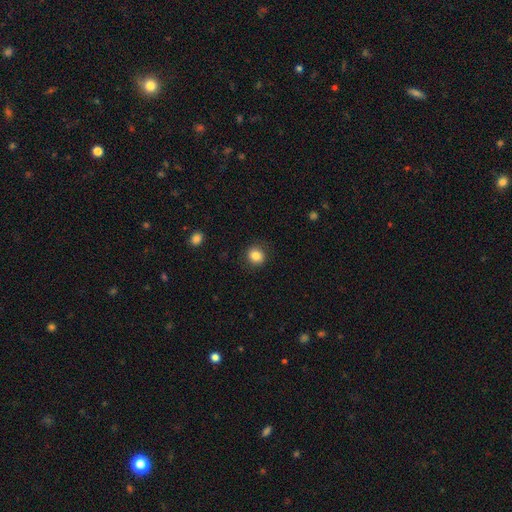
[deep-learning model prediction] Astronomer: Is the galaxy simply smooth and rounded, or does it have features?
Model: smooth — 85%.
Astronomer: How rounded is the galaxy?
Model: round — 80%.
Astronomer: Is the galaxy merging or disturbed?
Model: none — 87%.